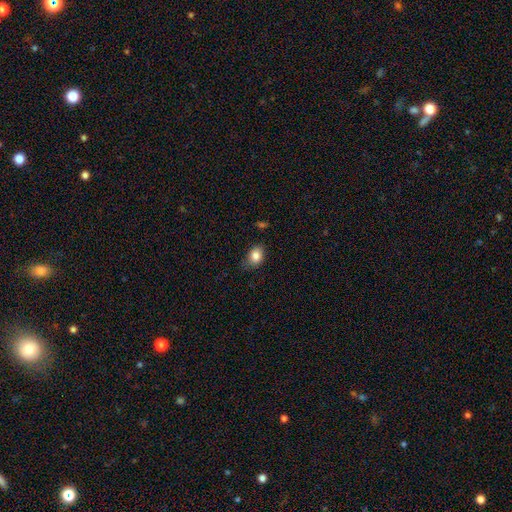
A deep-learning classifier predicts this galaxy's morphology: smooth 84%, star or artifact 9%, featured or disk 7%. Down the decision tree: how rounded — in between (61%); merging — none (72%).